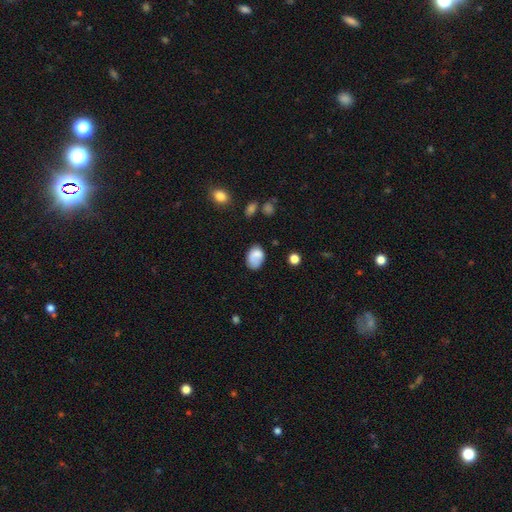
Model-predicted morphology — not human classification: This appears to be a smooth galaxy with no disk features (76%) that is in between round and cigar-shaped (79%). Merging: none (52%).